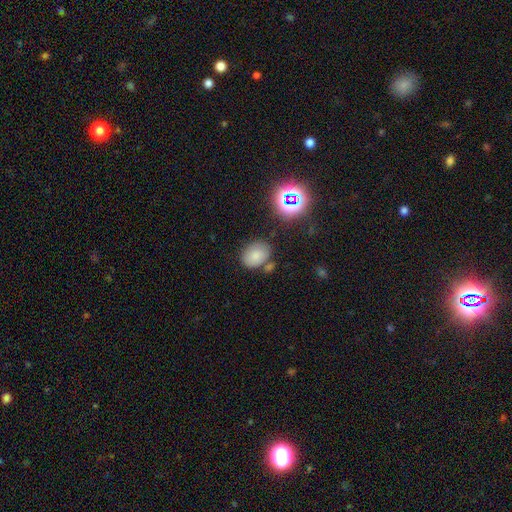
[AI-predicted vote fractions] The model was most divided on "how rounded": in between: 62%, round: 37%, cigar-shaped: 1%. More confident: smooth or featured — smooth (77%); merging — none (69%).